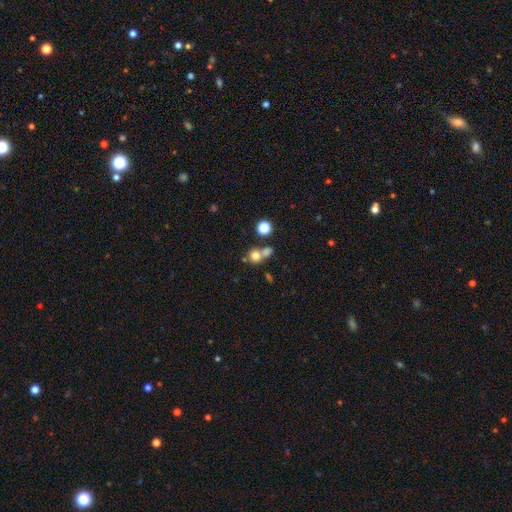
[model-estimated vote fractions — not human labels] Smooth or featured? Predicted: smooth (p=0.74). How rounded? Predicted: round (p=0.85). Merging? Predicted: none (p=0.46).